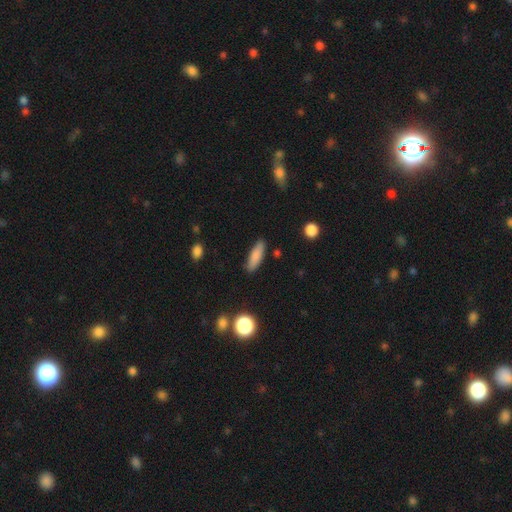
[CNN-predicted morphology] smooth-or-featured: smooth: 82% | featured or disk: 10% | star or artifact: 7%
  how-rounded: cigar-shaped: 51% | in between: 47% | round: 2%
  merging: none: 84% | minor disturbance: 11% | major disturbance: 2% | merger: 2%